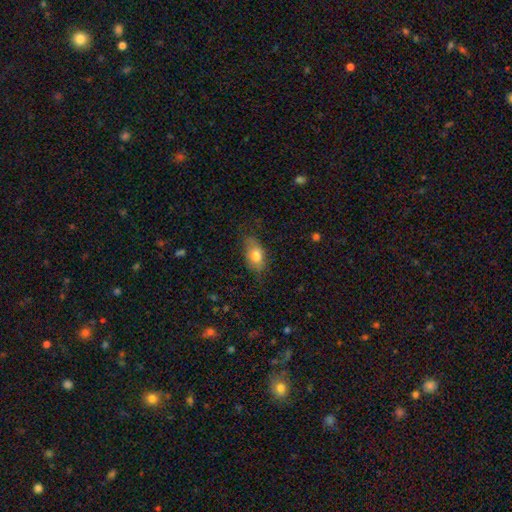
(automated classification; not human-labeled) Smooth or featured? smooth (74%)
How rounded? in between (87%)
Merging? none (65%)